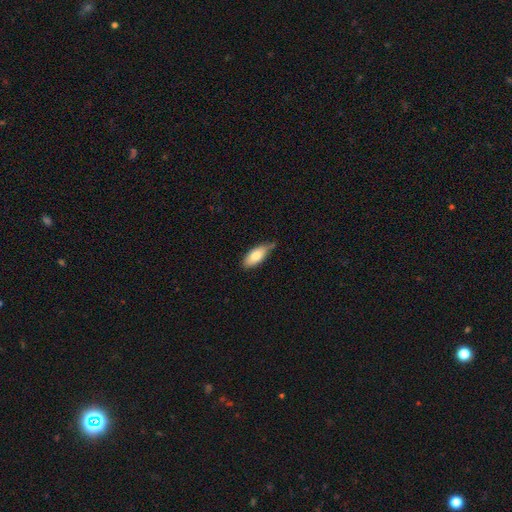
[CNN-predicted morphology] This appears to be a smooth galaxy with no disk features (79%) that is in between round and cigar-shaped (83%). Merging: none (56%).